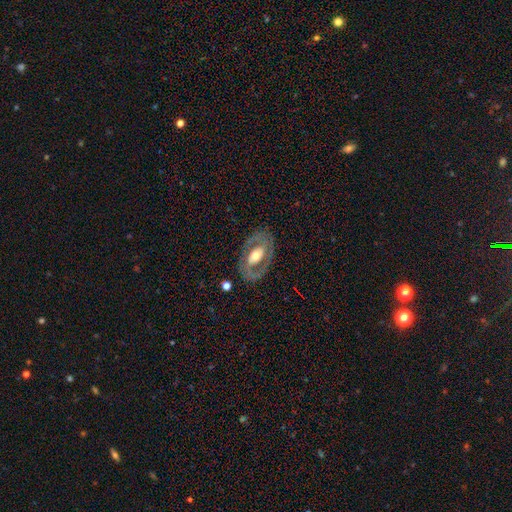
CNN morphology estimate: Smooth or featured? featured or disk (71%)
Edge-on disk? no (93%)
Bar? no (49%)
Spiral arms? yes (52%)
Bulge size? moderate (65%)
Merging? none (79%)